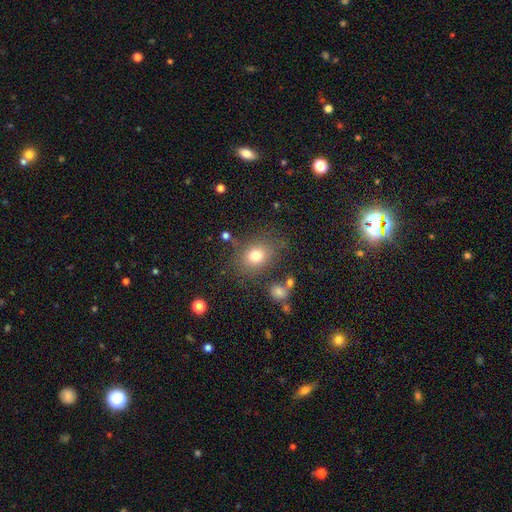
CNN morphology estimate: This appears to be a smooth galaxy with no disk features (77%) that is round (56%). Merging: none (76%).